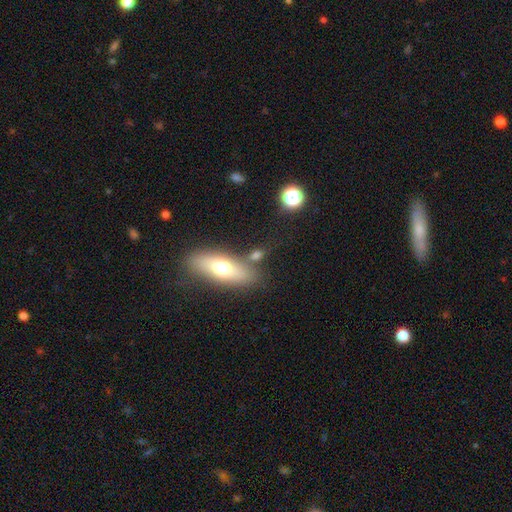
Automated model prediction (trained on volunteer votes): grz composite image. It shows a smooth galaxy with no disk features (62%) that is in between round and cigar-shaped (55%). Merging: none (72%).